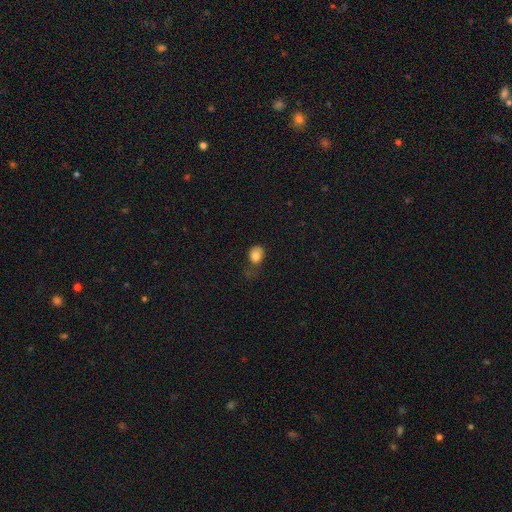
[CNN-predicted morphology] This appears to be a smooth galaxy with no disk features (82%) that is in between round and cigar-shaped (56%). Merging: none (41%).